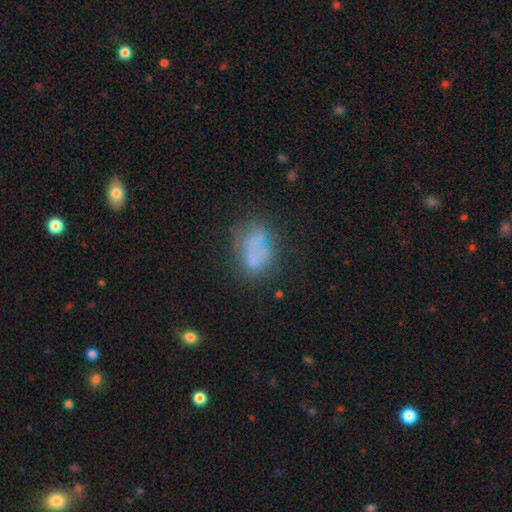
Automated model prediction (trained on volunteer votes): This is possibly a smooth galaxy (55%). How rounded: likely in between (76%). Merging: marginally none (41%).